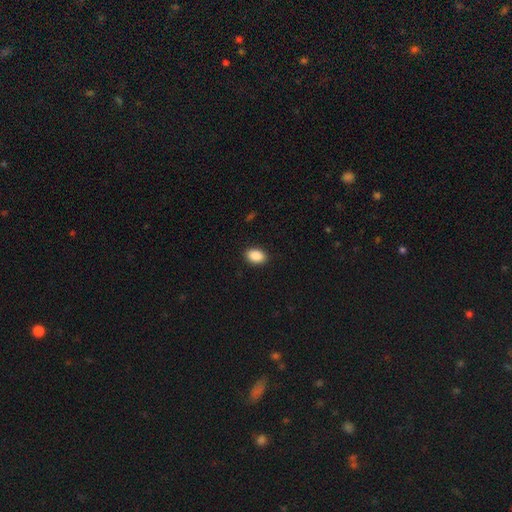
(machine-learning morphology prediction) Smooth or featured?
  - smooth: 89% *
  - star or artifact: 8%
  - featured or disk: 3%
How rounded?
  - in between: 84% *
  - round: 15%
  - cigar-shaped: 1%
Merging?
  - none: 90% *
  - minor disturbance: 7%
  - major disturbance: 2%
  - merger: 1%